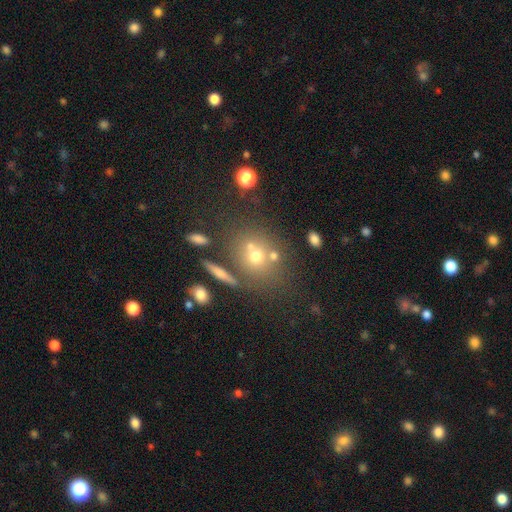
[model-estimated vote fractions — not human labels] The model was most divided on "merging": none: 56%, merger: 25%, minor disturbance: 13%, major disturbance: 6%. More confident: how rounded — round (71%); smooth or featured — smooth (60%).